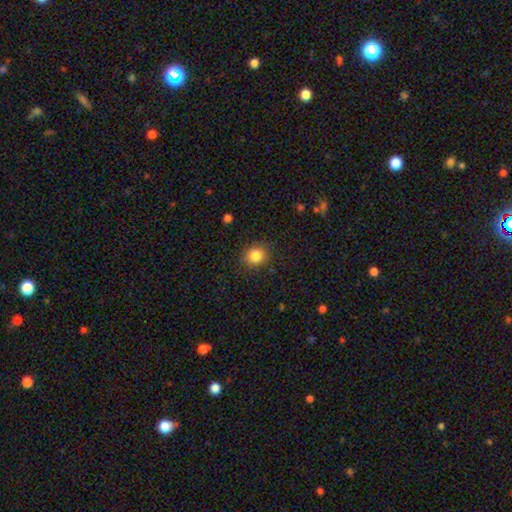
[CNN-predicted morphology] Smooth or featured: smooth — 84% (star or artifact — 10%)
How rounded: round — 72% (in between — 28%)
Merging: none — 86% (minor disturbance — 10%)